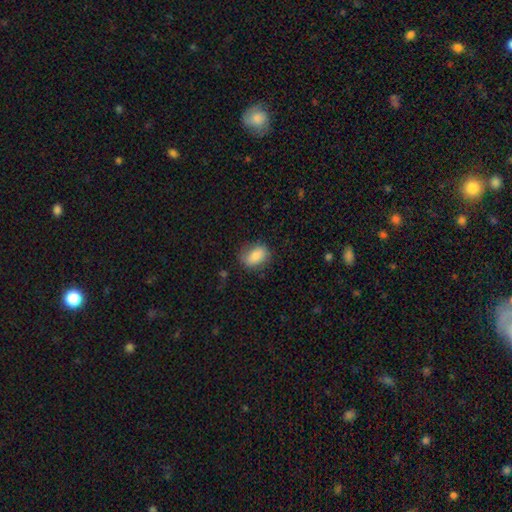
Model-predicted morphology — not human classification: Q: Smooth or featured?
A: smooth (79%); runner-up: featured or disk (14%)
Q: How rounded?
A: in between (77%); runner-up: round (22%)
Q: Merging?
A: none (75%); runner-up: minor disturbance (19%)